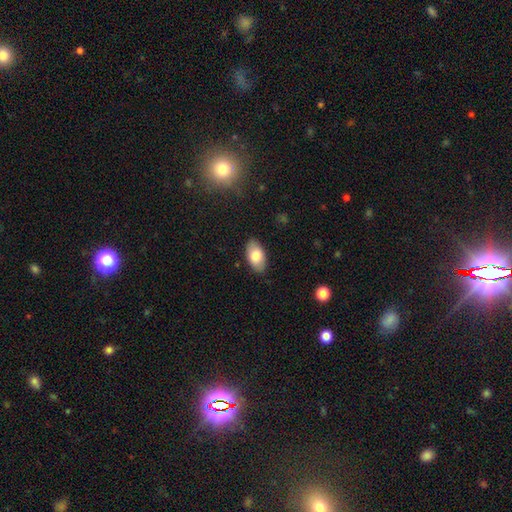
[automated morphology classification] smooth-or-featured: smooth: 78% | featured or disk: 15% | star or artifact: 7%
  how-rounded: in between: 94% | round: 5% | cigar-shaped: 2%
  merging: none: 86% | minor disturbance: 11% | major disturbance: 2% | merger: 1%